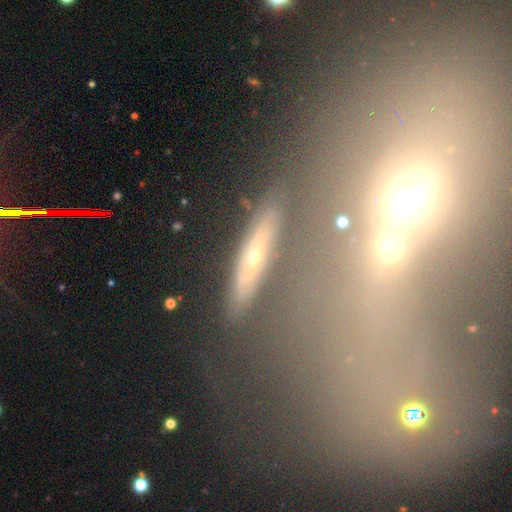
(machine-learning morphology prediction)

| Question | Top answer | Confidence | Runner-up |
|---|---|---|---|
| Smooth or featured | featured or disk | 41% | smooth (31%) |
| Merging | none | 68% | merger (14%) |